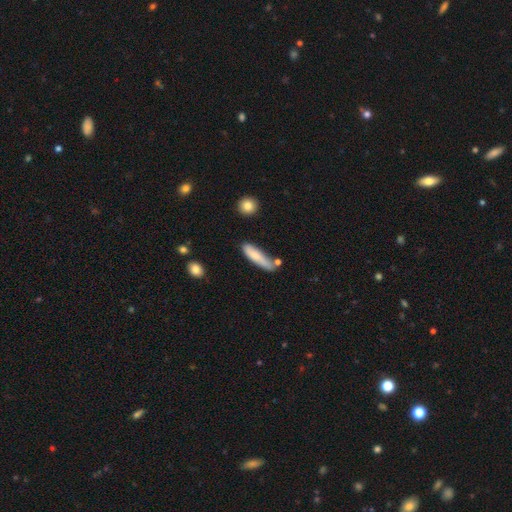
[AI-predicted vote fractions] This is likely a smooth galaxy (77%). How rounded: likely cigar-shaped (77%). Merging: likely none (60%).